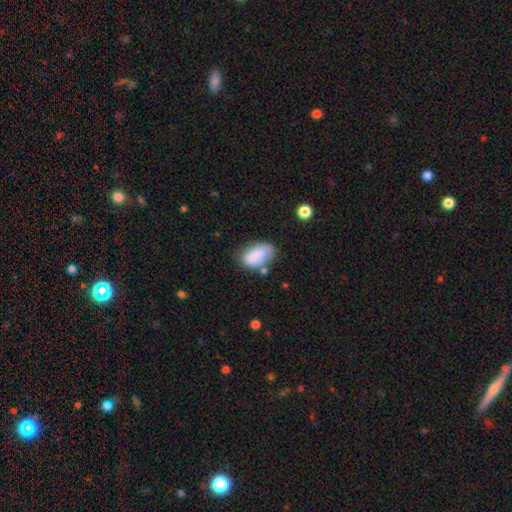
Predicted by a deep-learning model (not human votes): A smooth galaxy with no disk features (77%) that is in between round and cigar-shaped (91%). Merging: none (54%).